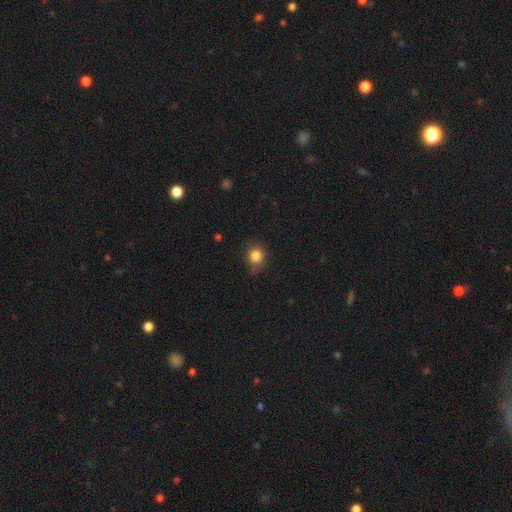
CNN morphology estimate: The model was most divided on "merging": none: 75%, minor disturbance: 19%, major disturbance: 4%, merger: 2%. More confident: smooth or featured — smooth (84%); how rounded — round (83%).